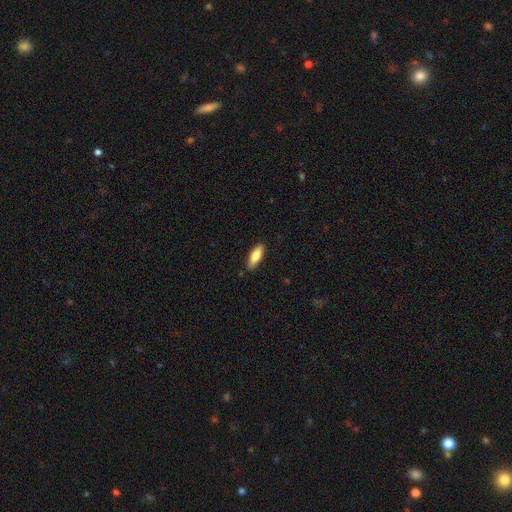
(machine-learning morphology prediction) Smooth or featured? smooth (83%)
How rounded? in between (61%)
Merging? none (87%)